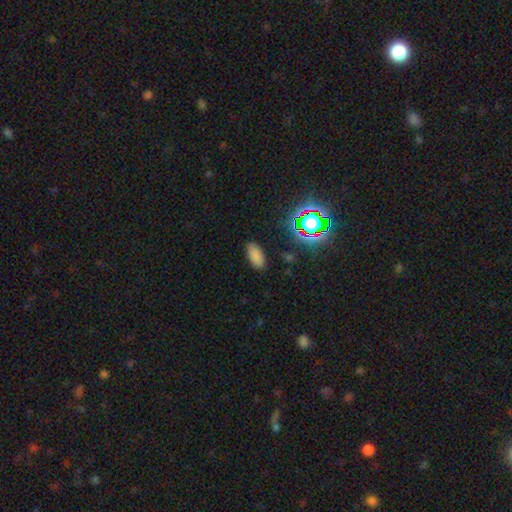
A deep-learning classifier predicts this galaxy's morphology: This appears to be a smooth galaxy with no disk features (78%) that is in between round and cigar-shaped (90%). Merging: none (87%).